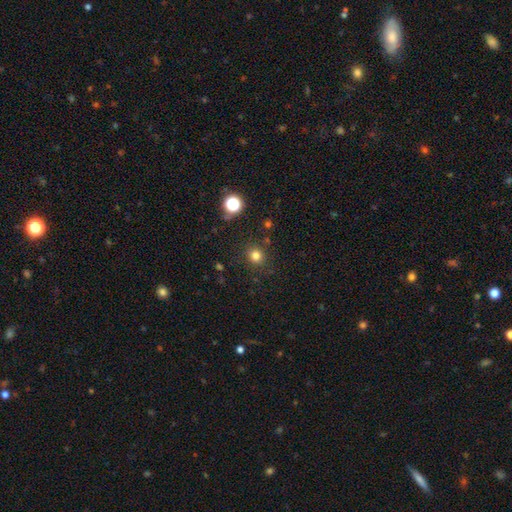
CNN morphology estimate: Q: Smooth or featured?
A: smooth (80%); runner-up: star or artifact (15%)
Q: How rounded?
A: round (89%); runner-up: in between (10%)
Q: Merging?
A: none (87%); runner-up: minor disturbance (8%)